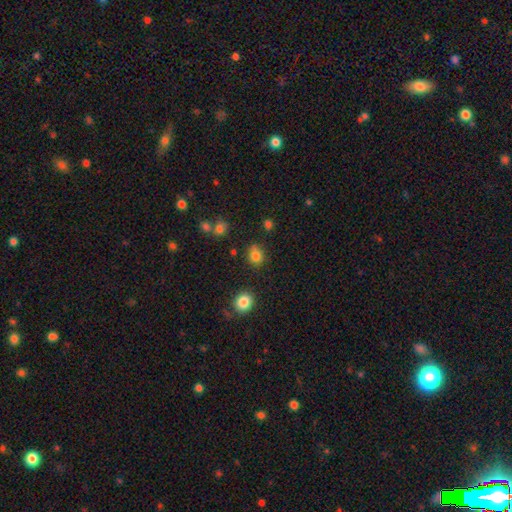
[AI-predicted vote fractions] smooth 81%, star or artifact 13%, featured or disk 6%. Down the decision tree: how rounded — round (75%); merging — none (77%).